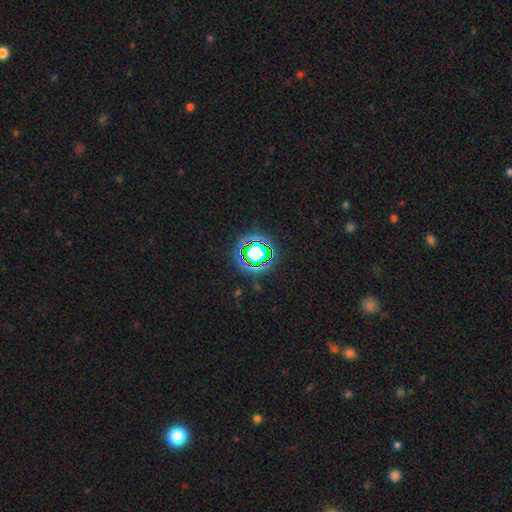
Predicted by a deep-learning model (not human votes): star or artifact 70%, smooth 19%, featured or disk 11%.